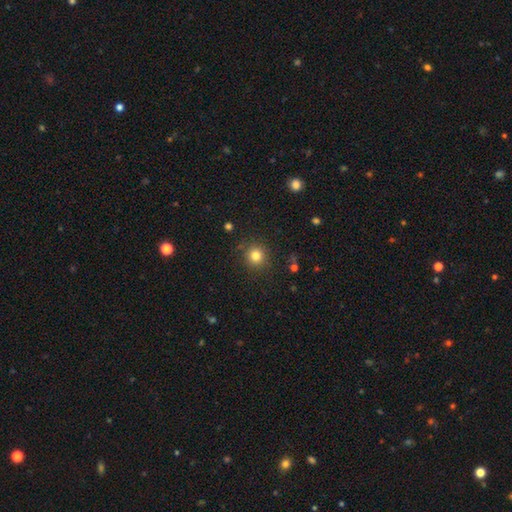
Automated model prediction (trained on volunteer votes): smooth 81%, star or artifact 13%, featured or disk 6%. Down the decision tree: how rounded — round (92%); merging — none (88%).